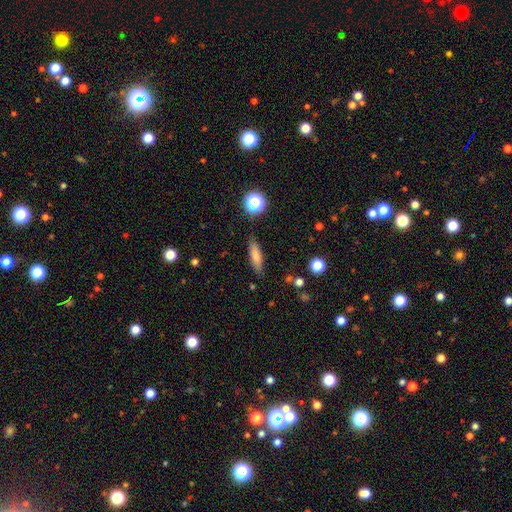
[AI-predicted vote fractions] smooth_or_featured: smooth (p=0.76) [alt: featured or disk p=0.15]
how_rounded: cigar-shaped (p=0.60) [alt: in between p=0.37]
merging: none (p=0.85) [alt: minor disturbance p=0.11]